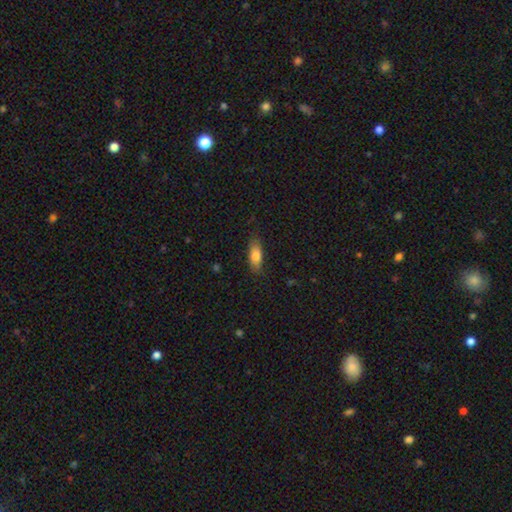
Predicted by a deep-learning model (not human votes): Smooth or featured? Predicted: smooth (p=0.78). How rounded? Predicted: in between (p=0.73). Merging? Predicted: none (p=0.80).